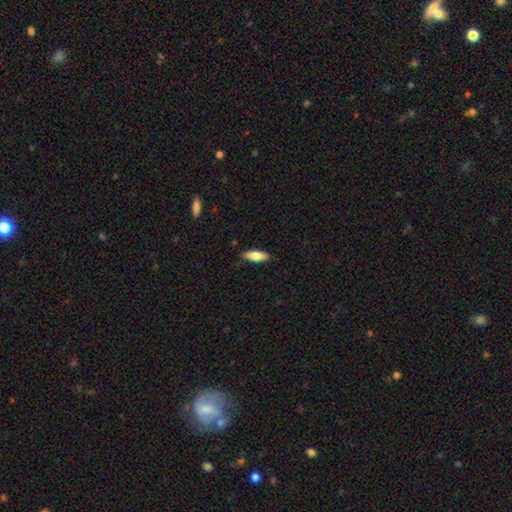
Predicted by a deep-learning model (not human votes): This is likely a smooth galaxy (78%). How rounded: likely in between (67%). Merging: clearly none (85%).